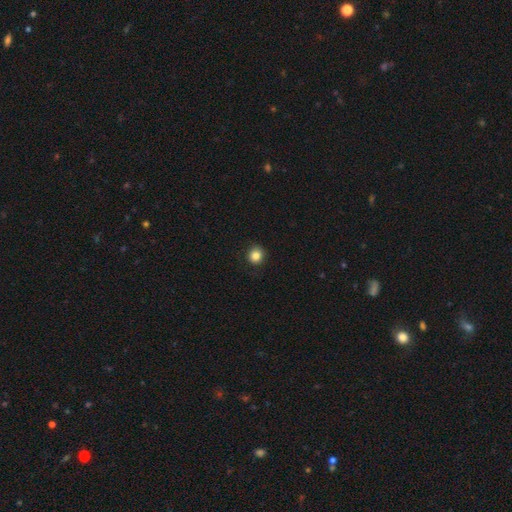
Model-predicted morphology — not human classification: smooth 85%, star or artifact 11%, featured or disk 4%. Down the decision tree: how rounded — round (91%); merging — none (90%).